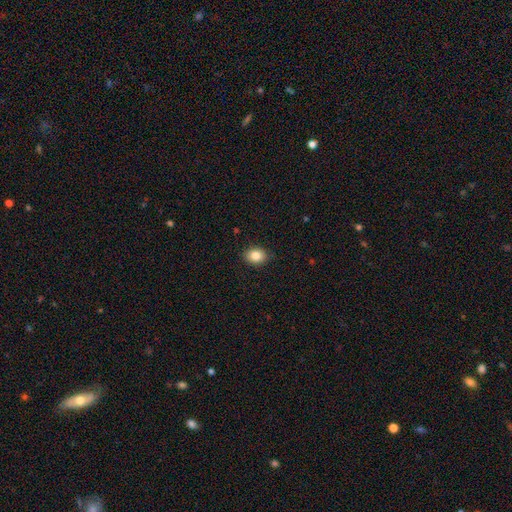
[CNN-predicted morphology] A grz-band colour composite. It shows a smooth galaxy with no disk features (85%) that is in between round and cigar-shaped (61%). Merging: none (88%).